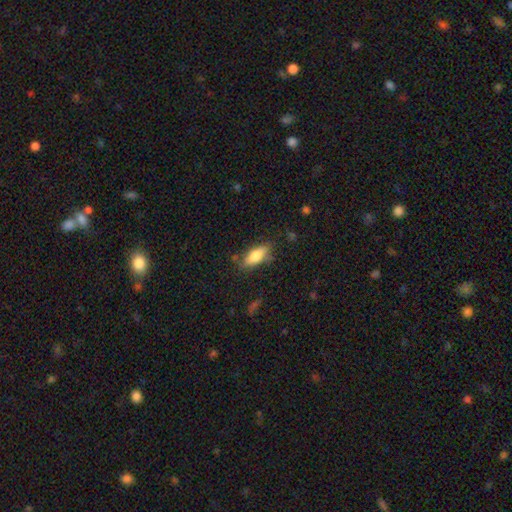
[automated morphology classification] smooth_or_featured: smooth (p=0.76) [alt: featured or disk p=0.17]
how_rounded: in between (p=0.71) [alt: cigar-shaped p=0.27]
merging: none (p=0.76) [alt: minor disturbance p=0.16]